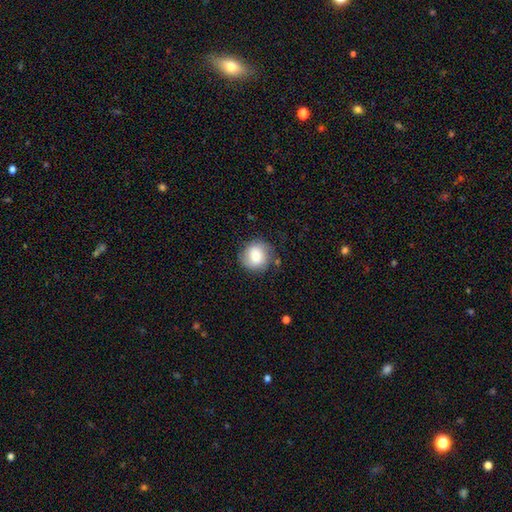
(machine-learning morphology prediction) smooth-or-featured: smooth: 71% | featured or disk: 20% | star or artifact: 8%
  how-rounded: round: 88% | in between: 11% | cigar-shaped: 1%
  merging: none: 78% | minor disturbance: 16% | major disturbance: 5% | merger: 2%